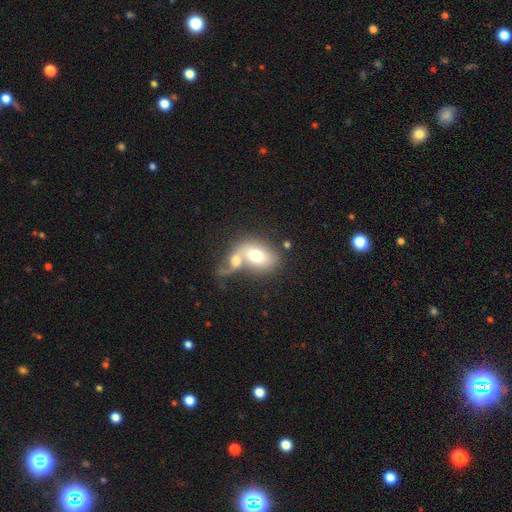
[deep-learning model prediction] Smooth or featured: smooth — 66% (featured or disk — 27%)
How rounded: in between — 79% (round — 19%)
Merging: merger — 67% (none — 20%)